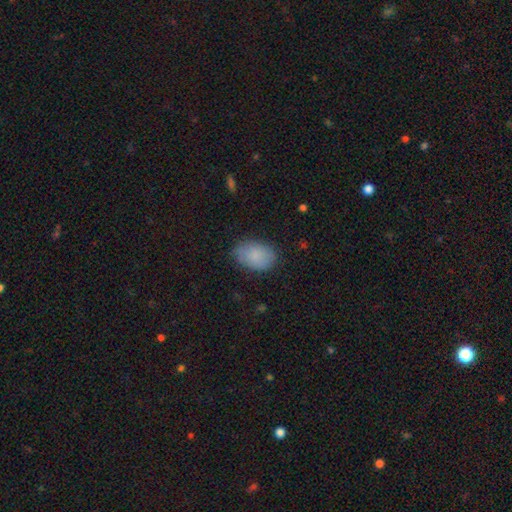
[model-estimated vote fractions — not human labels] Morphology: type=smooth (85%); roundness=in between (86%); merging=none (75%).